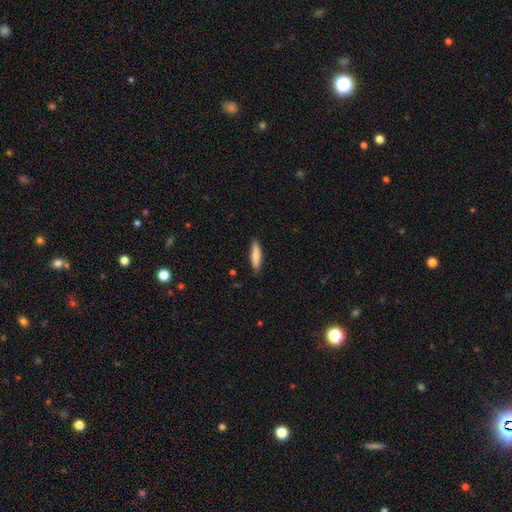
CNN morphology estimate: The model was most divided on "how rounded": cigar-shaped: 73%, in between: 26%, round: 1%. More confident: merging — none (87%); smooth or featured — smooth (80%).